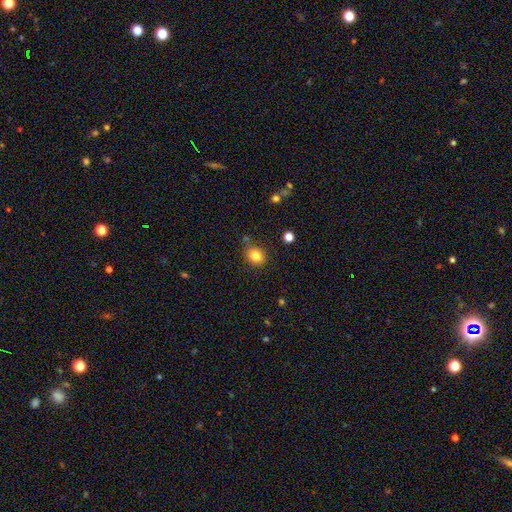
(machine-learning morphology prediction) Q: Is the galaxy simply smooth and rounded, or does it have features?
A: smooth — 82%.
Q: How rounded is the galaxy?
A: round — 56%.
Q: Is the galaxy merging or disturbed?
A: none — 77%.